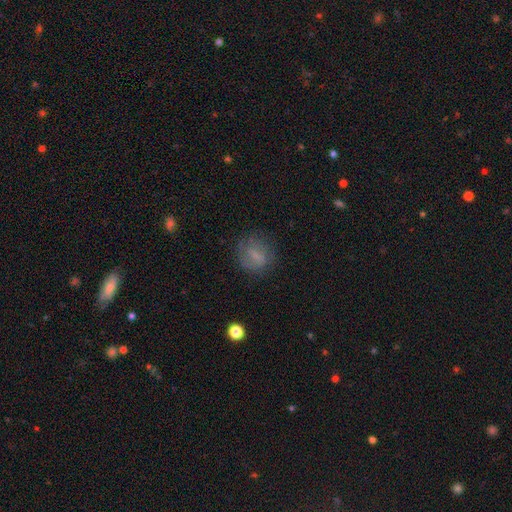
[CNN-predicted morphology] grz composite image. It shows a smooth galaxy with no disk features (63%) that is round (67%). Merging: none (72%).